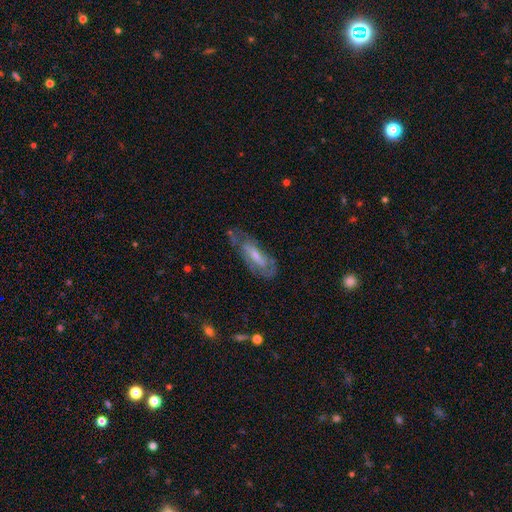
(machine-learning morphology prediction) Smooth or featured? featured or disk (59%)
Edge-on disk? no (80%)
Merging? none (56%)